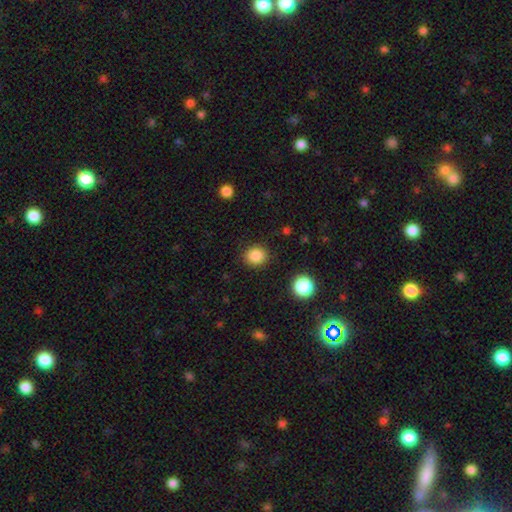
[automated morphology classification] The model was most divided on "how rounded": round: 84%, in between: 15%, cigar-shaped: 1%. More confident: merging — none (88%); smooth or featured — smooth (85%).